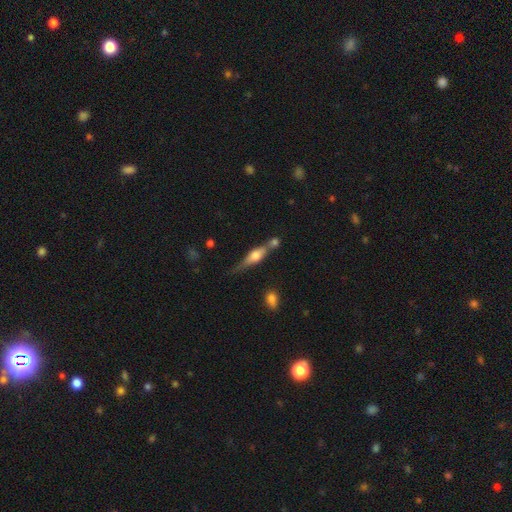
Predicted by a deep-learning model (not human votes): smooth_or_featured: featured or disk (p=0.59) [alt: smooth p=0.34]
disk_edge_on: yes (p=0.90) [alt: no p=0.10]
edge_on_bulge: rounded (p=0.87) [alt: boxy p=0.10]
merging: none (p=0.51) [alt: merger p=0.26]